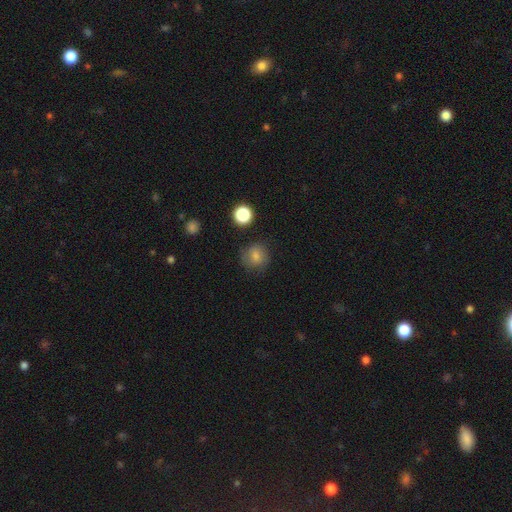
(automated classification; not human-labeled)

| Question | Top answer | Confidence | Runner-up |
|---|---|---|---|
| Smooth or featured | smooth | 77% | star or artifact (15%) |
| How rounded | round | 87% | in between (12%) |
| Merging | none | 81% | minor disturbance (13%) |